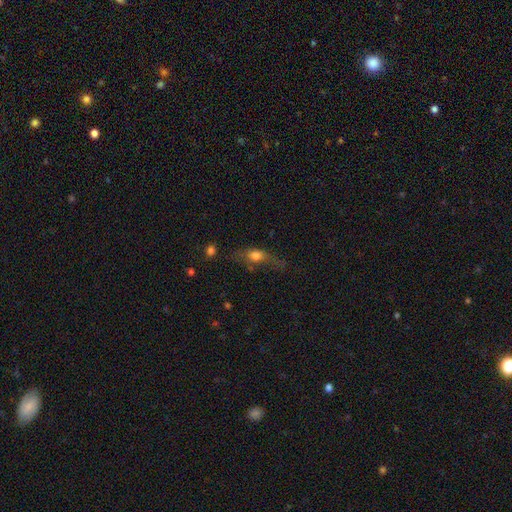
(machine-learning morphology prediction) Smooth or featured? smooth (65%)
How rounded? in between (61%)
Merging? none (43%)